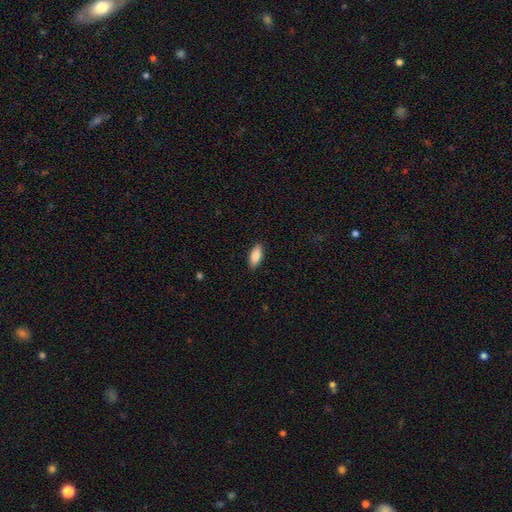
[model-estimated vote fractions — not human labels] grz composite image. It shows a smooth galaxy with no disk features (86%) that is in between round and cigar-shaped (82%). Merging: none (89%).